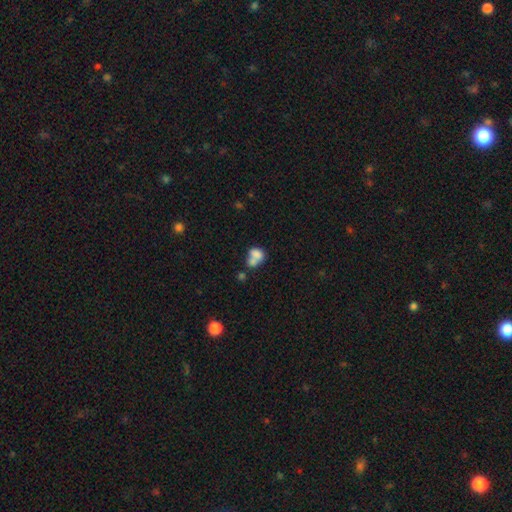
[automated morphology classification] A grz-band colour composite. It shows a smooth galaxy with no disk features (71%) that is in between round and cigar-shaped (61%). Merging: merger (63%).